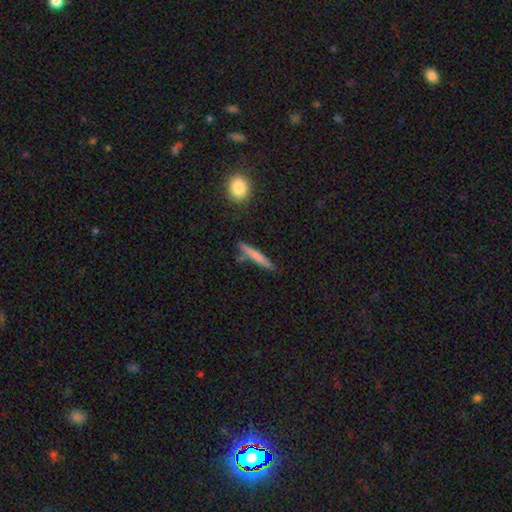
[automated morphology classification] Smooth or featured? Predicted: smooth (p=0.68). How rounded? Predicted: cigar-shaped (p=0.94). Merging? Predicted: none (p=0.78).